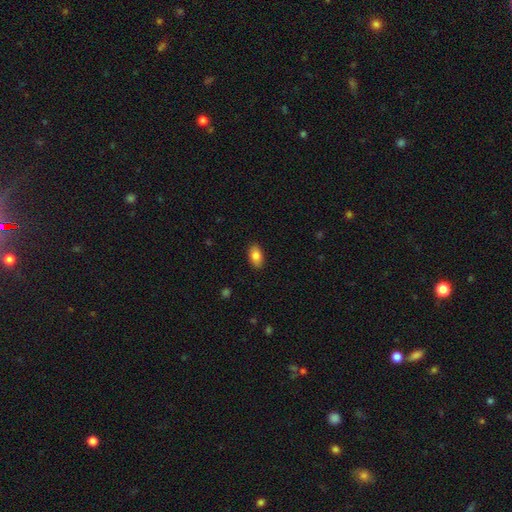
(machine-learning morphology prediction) This appears to be a smooth galaxy with no disk features (84%) that is in between round and cigar-shaped (92%). Merging: none (89%).